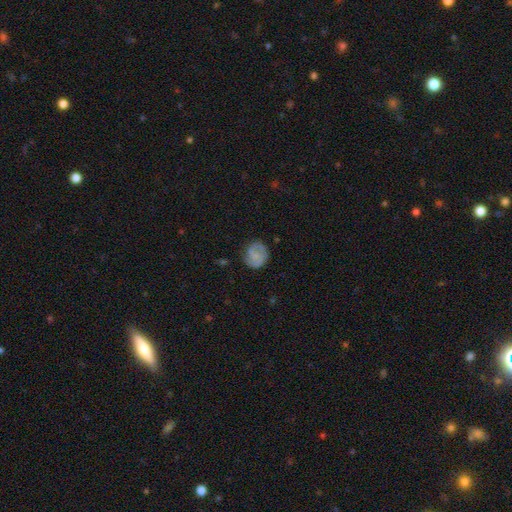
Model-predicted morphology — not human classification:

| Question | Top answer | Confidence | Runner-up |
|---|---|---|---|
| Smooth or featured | featured or disk | 53% | smooth (40%) |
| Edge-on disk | no | 98% | yes (2%) |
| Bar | no | 65% | weak (29%) |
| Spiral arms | yes | 81% | no (19%) |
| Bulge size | small | 43% | none (35%) |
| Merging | none | 74% | minor disturbance (18%) |